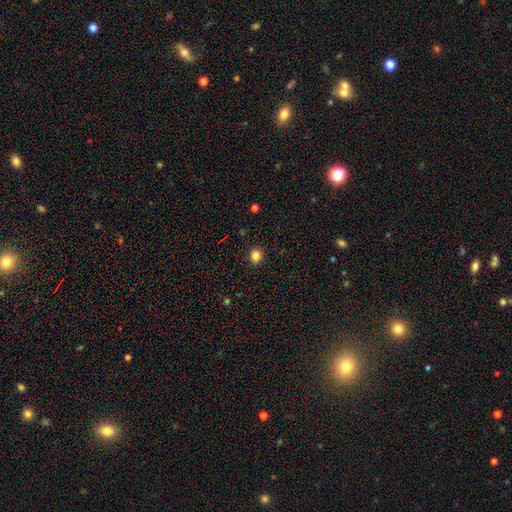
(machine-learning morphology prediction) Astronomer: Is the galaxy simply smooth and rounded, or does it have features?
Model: smooth — 84%.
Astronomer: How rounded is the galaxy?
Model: round — 73%.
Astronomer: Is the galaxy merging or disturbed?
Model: none — 91%.